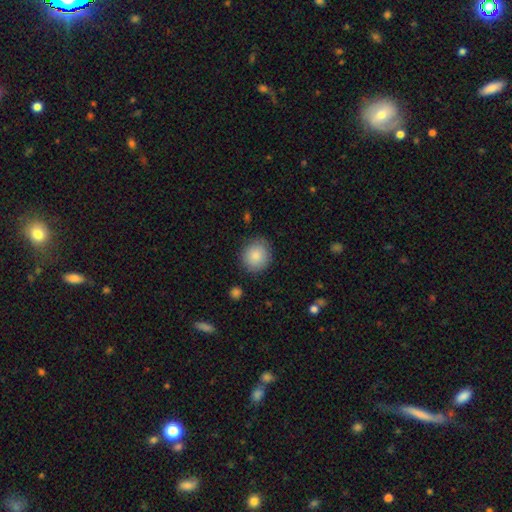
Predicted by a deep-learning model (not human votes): Smooth or featured? smooth (86%)
How rounded? round (81%)
Merging? none (84%)